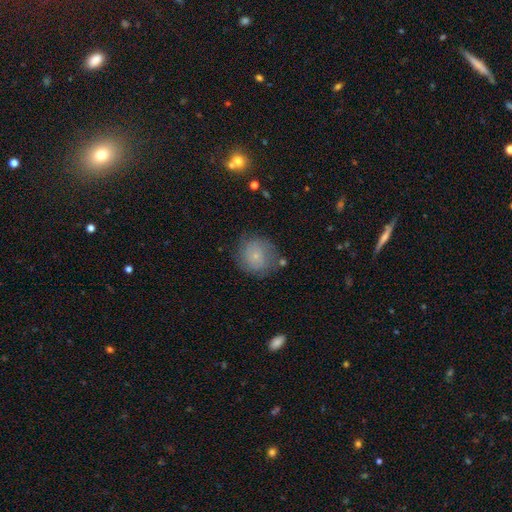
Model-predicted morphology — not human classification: The model was most divided on "smooth or featured": smooth: 63%, featured or disk: 27%, star or artifact: 9%. More confident: how rounded — round (85%); merging — none (70%).